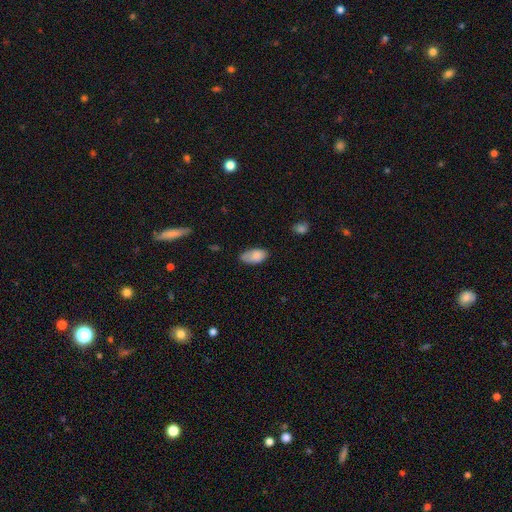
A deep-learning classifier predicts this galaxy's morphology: Q: Smooth or featured?
A: smooth (83%); runner-up: featured or disk (10%)
Q: How rounded?
A: in between (94%); runner-up: round (3%)
Q: Merging?
A: none (60%); runner-up: minor disturbance (31%)